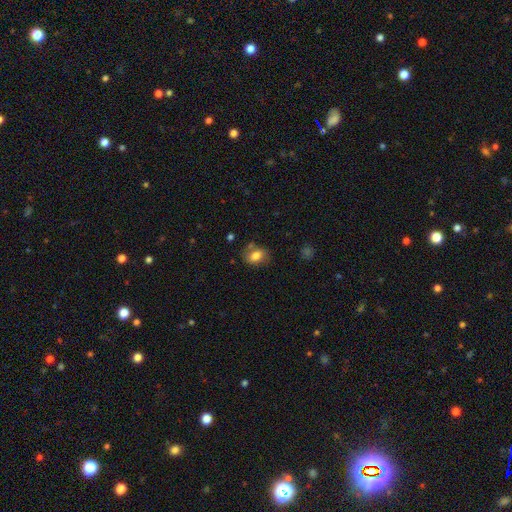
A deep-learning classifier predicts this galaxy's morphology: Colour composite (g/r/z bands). It shows a smooth galaxy with no disk features (77%) that is in between round and cigar-shaped (66%). Merging: none (67%).